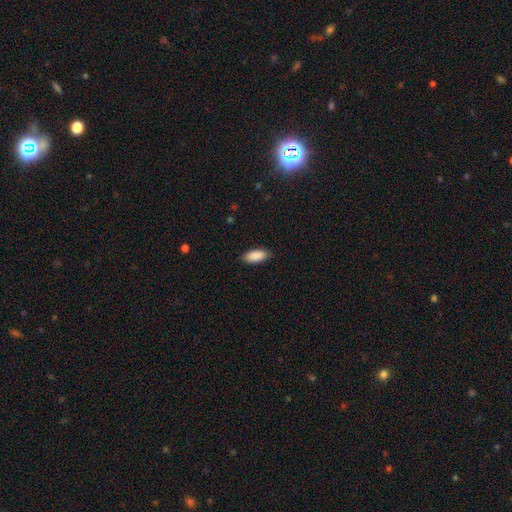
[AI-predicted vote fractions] Overall: smooth (90%). How rounded: in between (87%). Merging: none (85%).